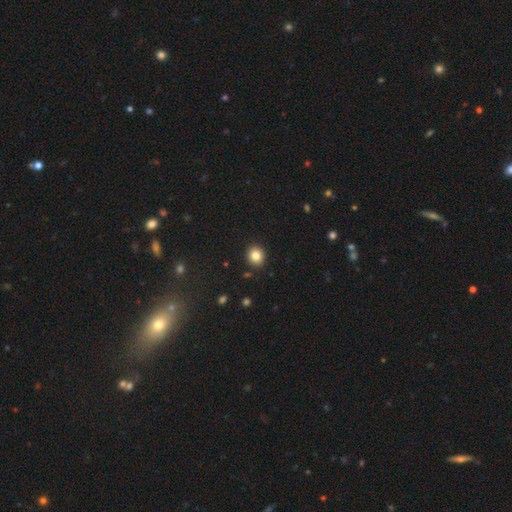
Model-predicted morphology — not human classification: The model was most divided on "how rounded": round: 80%, in between: 20%, cigar-shaped: 1%. More confident: merging — none (91%); smooth or featured — smooth (84%).